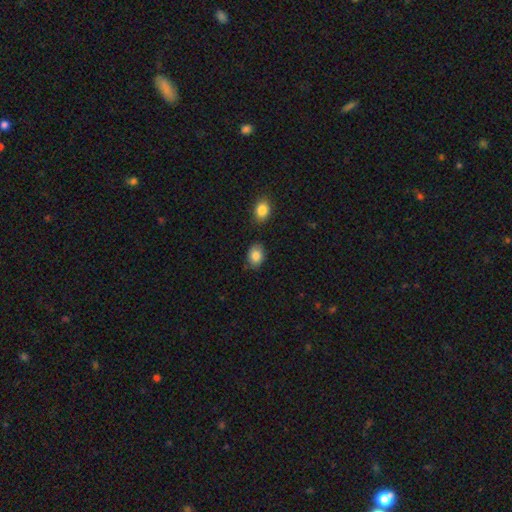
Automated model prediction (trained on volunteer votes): smooth-or-featured: smooth: 85% | star or artifact: 8% | featured or disk: 7%
  how-rounded: in between: 71% | round: 28% | cigar-shaped: 1%
  merging: none: 81% | minor disturbance: 12% | merger: 5% | major disturbance: 3%